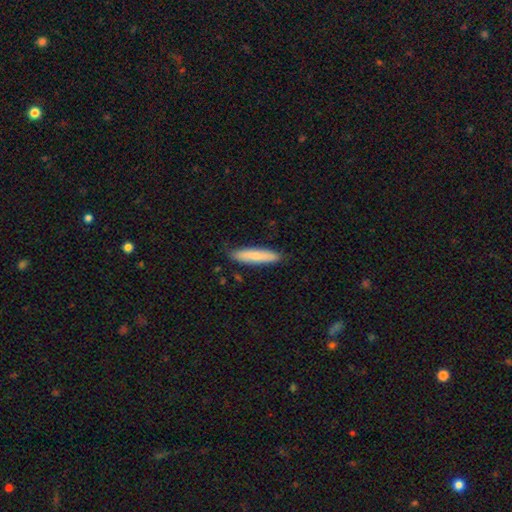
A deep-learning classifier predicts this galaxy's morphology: Smooth or featured? Predicted: smooth (p=0.80). How rounded? Predicted: cigar-shaped (p=0.84). Merging? Predicted: none (p=0.85).